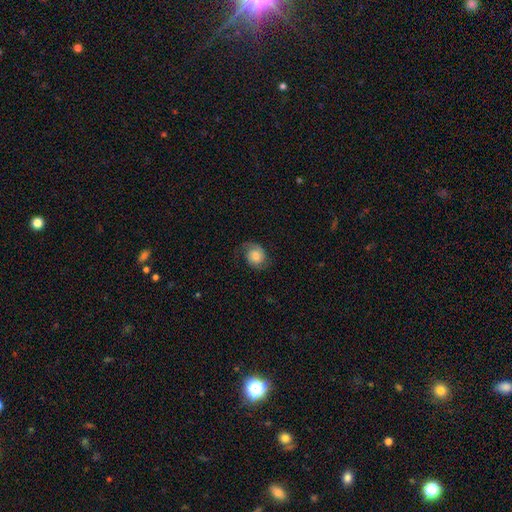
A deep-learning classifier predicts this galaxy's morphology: A featured or disk galaxy (46%).

Vote fractions:
- Smooth or featured? featured or disk: 46% / smooth: 45% / star or artifact: 9%
- Merging? none: 66% / minor disturbance: 21% / major disturbance: 11% / merger: 1%